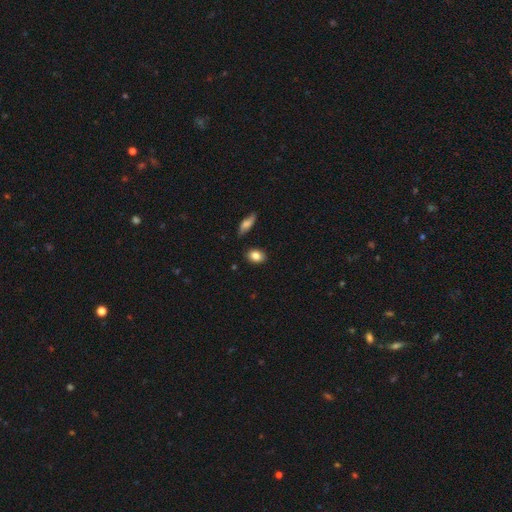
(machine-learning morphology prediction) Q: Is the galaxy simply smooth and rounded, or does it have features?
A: smooth — 83%.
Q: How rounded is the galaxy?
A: in between — 72%.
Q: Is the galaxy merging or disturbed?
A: none — 85%.